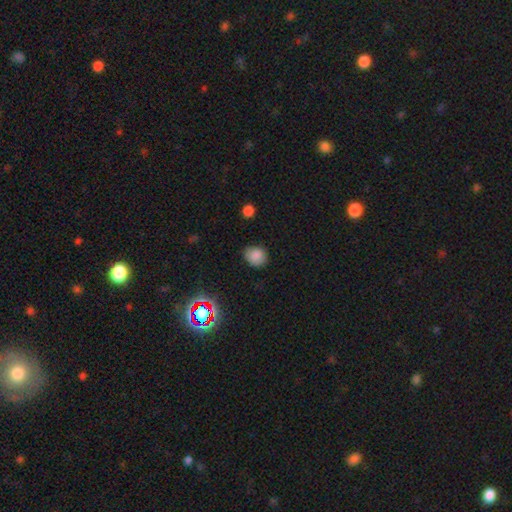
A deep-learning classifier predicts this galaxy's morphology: smooth 83%, star or artifact 12%, featured or disk 5%. Down the decision tree: how rounded — round (73%); merging — none (79%).